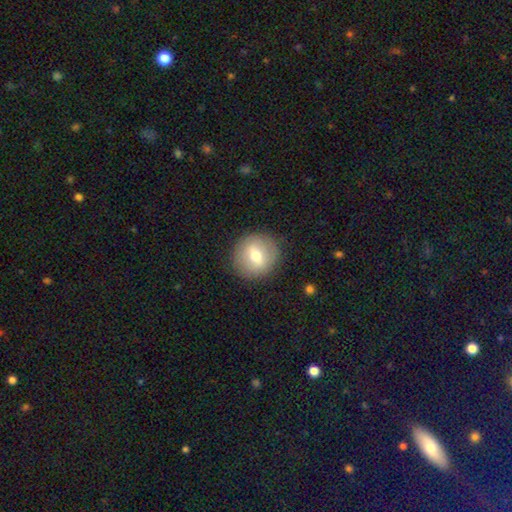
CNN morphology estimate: Smooth or featured? smooth (64%)
How rounded? round (89%)
Merging? none (88%)